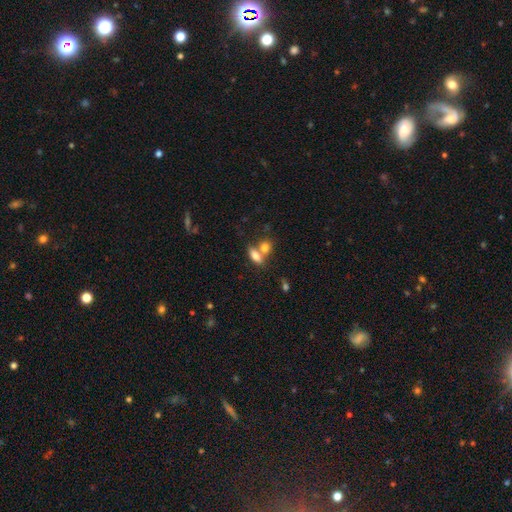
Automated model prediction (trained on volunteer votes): The model was most divided on "merging": merger: 46%, none: 41%, minor disturbance: 10%, major disturbance: 4%. More confident: smooth or featured — smooth (77%); how rounded — in between (76%).